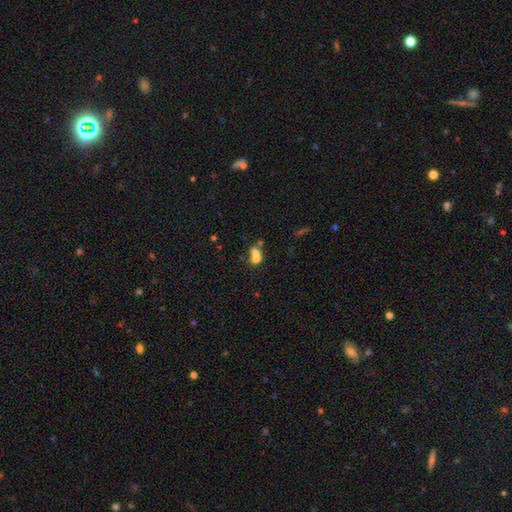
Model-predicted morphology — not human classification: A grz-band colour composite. It shows a smooth galaxy with no disk features (66%) that is round (52%). Merging: merger (67%).